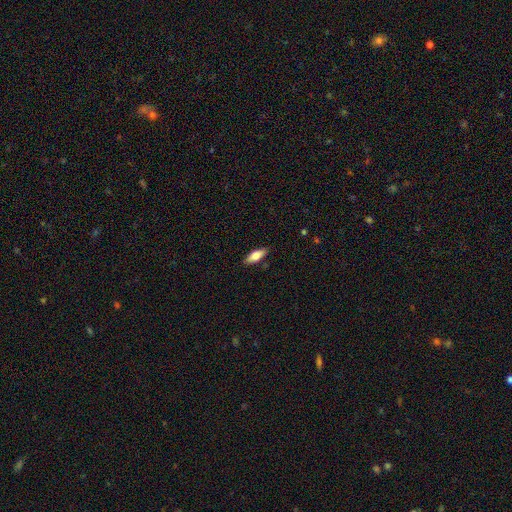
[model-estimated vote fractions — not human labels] A smooth galaxy with no disk features (68%) that is in between round and cigar-shaped (66%).

Vote fractions:
- Smooth or featured? smooth: 68% / featured or disk: 25% / star or artifact: 6%
- How rounded? in between: 66% / cigar-shaped: 31% / round: 2%
- Merging? none: 86% / minor disturbance: 10% / major disturbance: 2% / merger: 1%